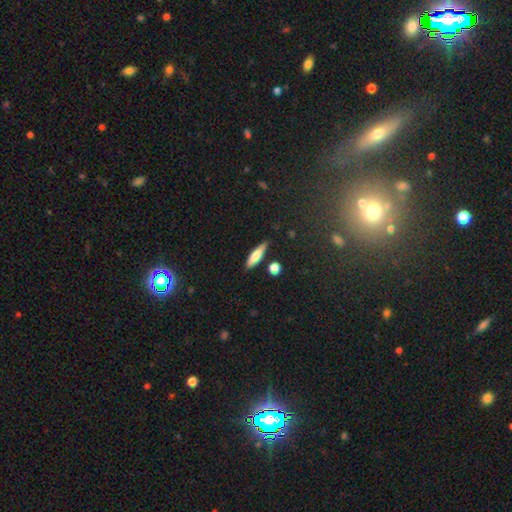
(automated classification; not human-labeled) Smooth or featured? smooth (69%)
How rounded? cigar-shaped (69%)
Merging? none (79%)